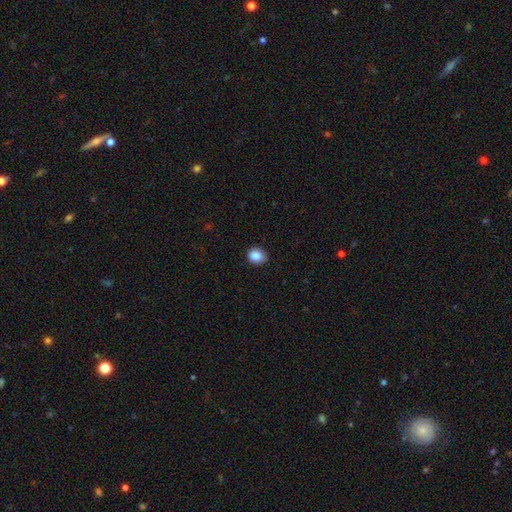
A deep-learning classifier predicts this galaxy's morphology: This appears to be a smooth galaxy with no disk features (87%) that is round (59%). Merging: none (83%).